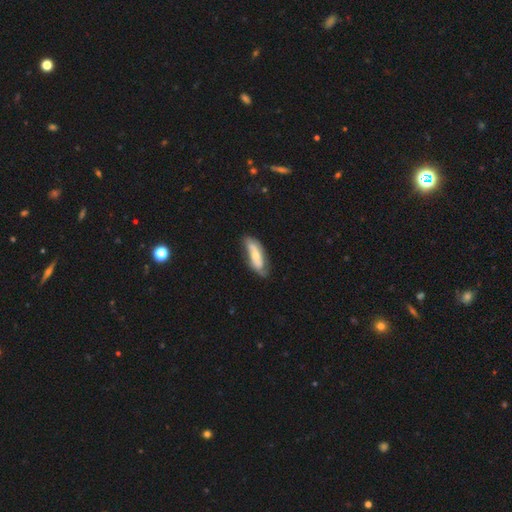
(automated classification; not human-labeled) This appears to be a featured or disk galaxy (51%). Merging: none (61%).